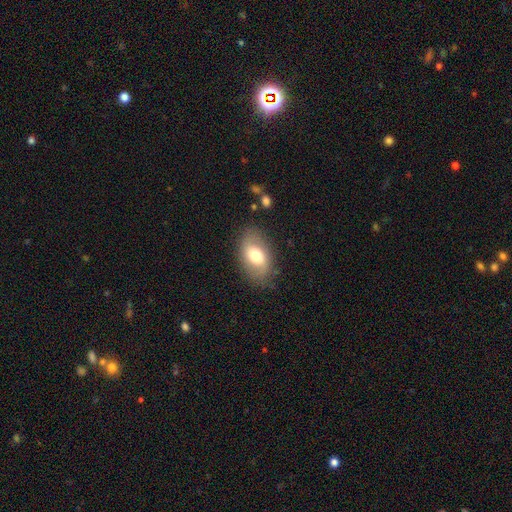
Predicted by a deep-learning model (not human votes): Smooth or featured? smooth (66%)
How rounded? in between (89%)
Merging? none (78%)